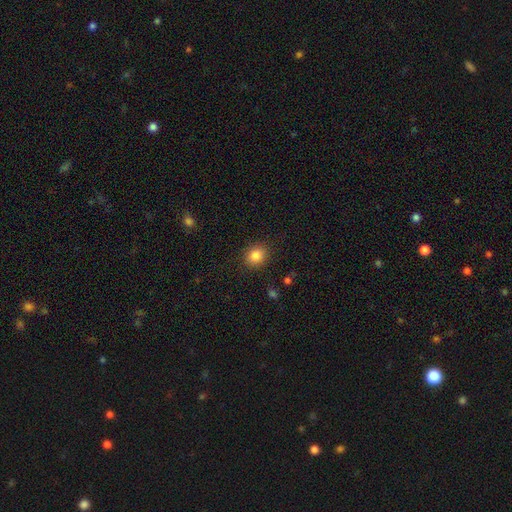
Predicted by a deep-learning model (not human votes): Overall: smooth (85%). How rounded: round (68%; in between 31%). Merging: none (88%).